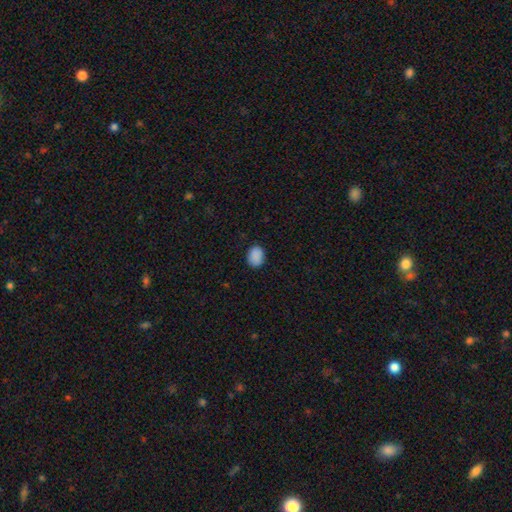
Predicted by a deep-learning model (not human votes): Overall: smooth (88%). How rounded: in between (63%; round 36%). Merging: none (85%).